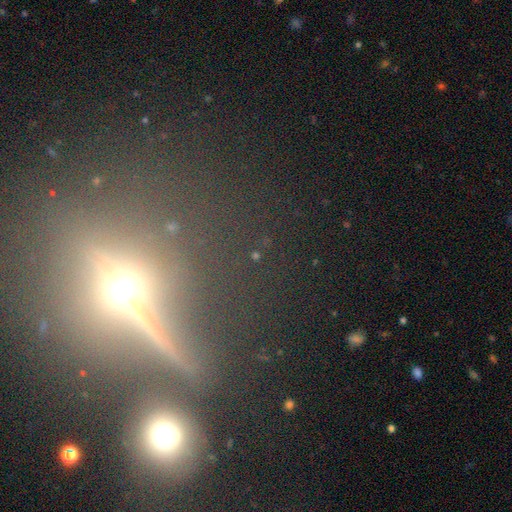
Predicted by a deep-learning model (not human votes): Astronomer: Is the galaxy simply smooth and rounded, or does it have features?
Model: star or artifact — 63%.